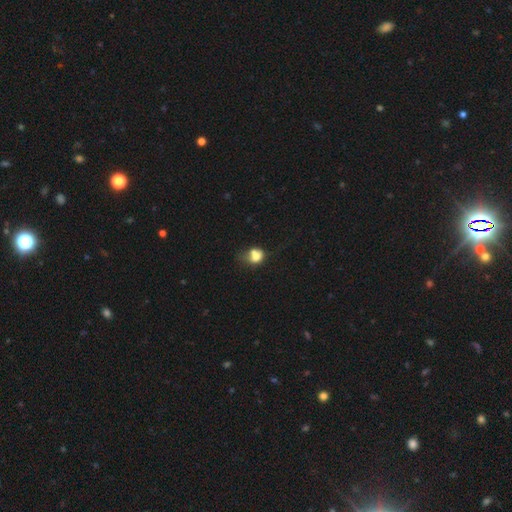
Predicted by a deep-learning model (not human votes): Smooth or featured? Predicted: smooth (p=0.69). How rounded? Predicted: round (p=0.52). Merging? Predicted: merger (p=0.39).